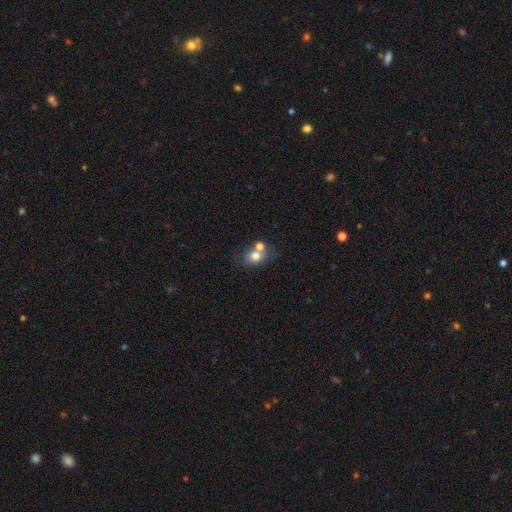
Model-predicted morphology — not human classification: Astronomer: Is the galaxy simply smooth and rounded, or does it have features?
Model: smooth — 73%.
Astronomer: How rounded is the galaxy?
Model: in between — 50% (runner-up: round, 49%).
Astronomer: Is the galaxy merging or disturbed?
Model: none — 45% (runner-up: merger, 39%).